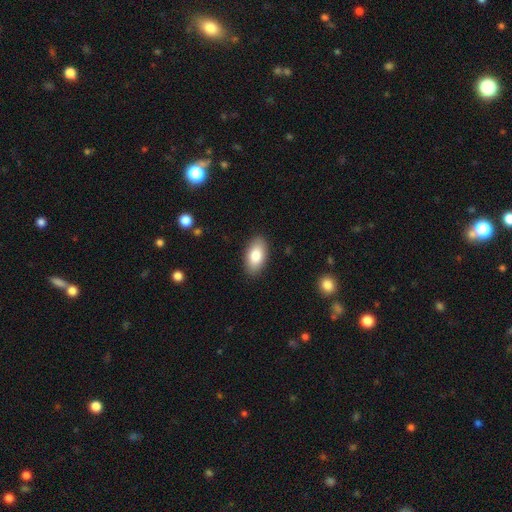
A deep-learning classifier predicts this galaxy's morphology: smooth_or_featured: smooth (p=0.82) [alt: featured or disk p=0.11]
how_rounded: in between (p=0.94) [alt: round p=0.04]
merging: none (p=0.88) [alt: minor disturbance p=0.08]